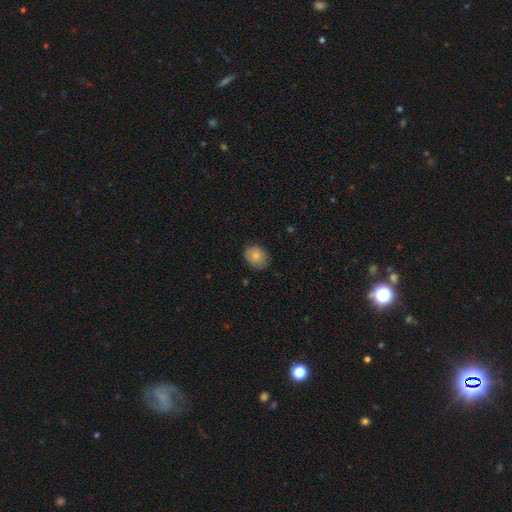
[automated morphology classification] smooth-or-featured: smooth: 81% | featured or disk: 11% | star or artifact: 8%
  how-rounded: in between: 51% | round: 48% | cigar-shaped: 1%
  merging: none: 81% | minor disturbance: 15% | major disturbance: 3% | merger: 1%